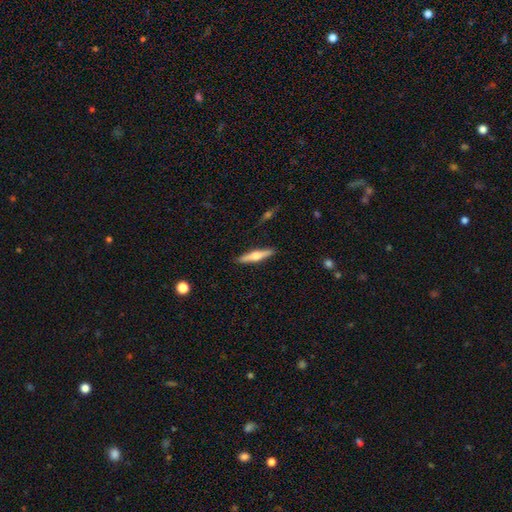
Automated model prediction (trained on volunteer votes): featured or disk 54%, smooth 41%, star or artifact 6%. Down the decision tree: edge-on disk — yes (96%); edge-on bulge — rounded (89%); merging — none (90%).